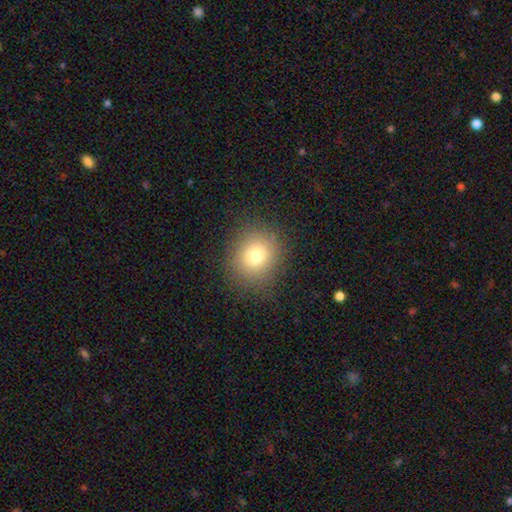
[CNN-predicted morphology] smooth 76%, star or artifact 14%, featured or disk 10%. Down the decision tree: how rounded — round (80%); merging — none (86%).